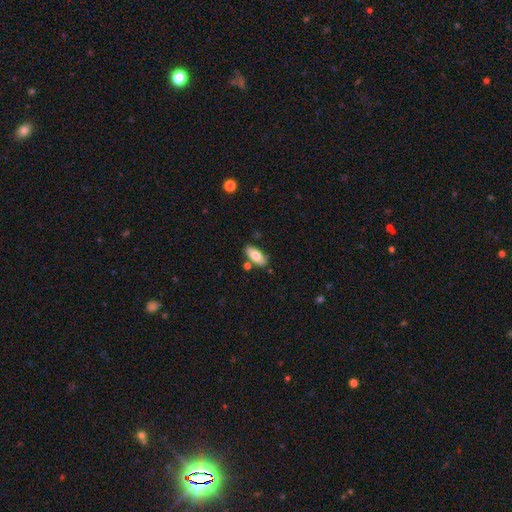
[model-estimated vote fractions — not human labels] smooth_or_featured: smooth (p=0.71) [alt: featured or disk p=0.23]
how_rounded: in between (p=0.87) [alt: cigar-shaped p=0.10]
merging: none (p=0.78) [alt: minor disturbance p=0.13]